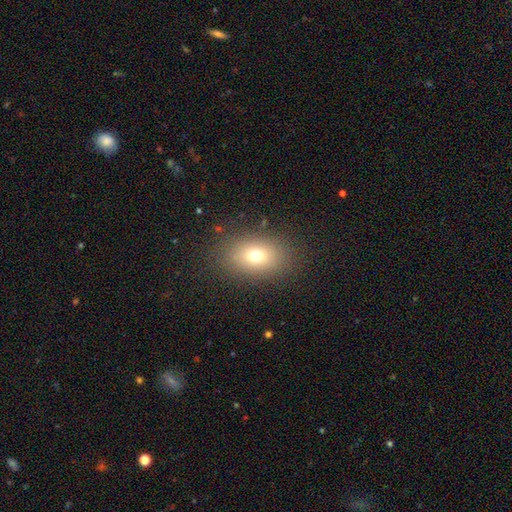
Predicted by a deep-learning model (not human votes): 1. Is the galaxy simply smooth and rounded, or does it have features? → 72% smooth, 14% star or artifact, 14% featured or disk.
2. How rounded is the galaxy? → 77% in between, 21% round, 2% cigar-shaped.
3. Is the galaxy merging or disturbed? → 85% none, 9% minor disturbance, 5% major disturbance, 1% merger.